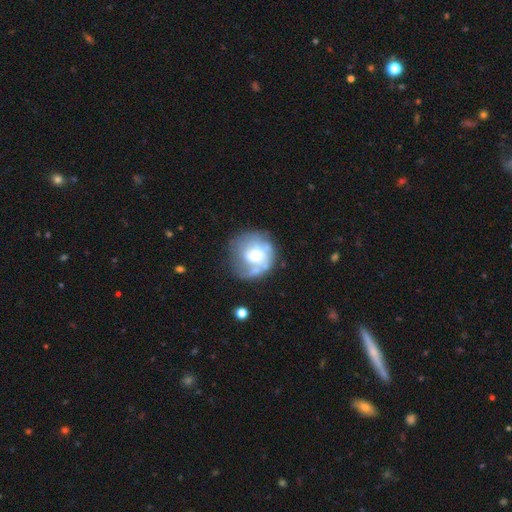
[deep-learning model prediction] A featured or disk galaxy (53%) with no bar (78%), spiral arms (57%) and a moderate central bulge (53%).

Vote fractions:
- Smooth or featured? featured or disk: 53% / smooth: 38% / star or artifact: 8%
- Edge-on disk? no: 97% / yes: 3%
- Bar? no: 78% / weak: 18% / strong: 3%
- Spiral arms? yes: 57% / no: 43%
- Bulge size? moderate: 53% / small: 33% / large: 10% / none: 2% / dominant: 2%
- Merging? none: 52% / minor disturbance: 23% / major disturbance: 18% / merger: 7%